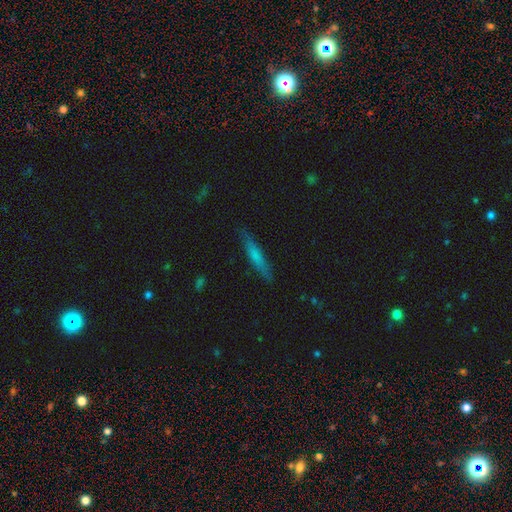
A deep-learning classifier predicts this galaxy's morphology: Smooth or featured? smooth (61%)
How rounded? cigar-shaped (92%)
Merging? none (86%)